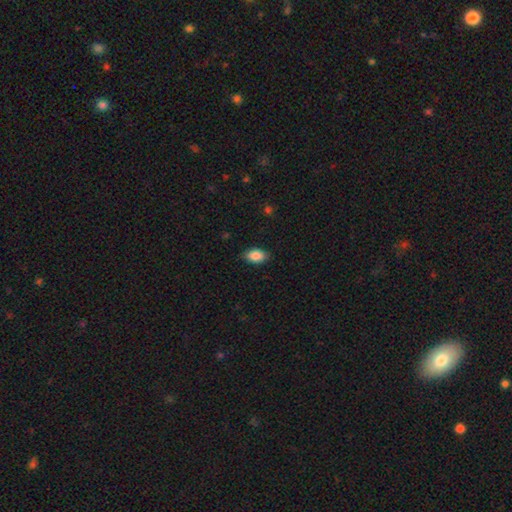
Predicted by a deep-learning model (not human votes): Smooth or featured: smooth — 88% (star or artifact — 7%)
How rounded: in between — 90% (round — 8%)
Merging: none — 83% (minor disturbance — 13%)